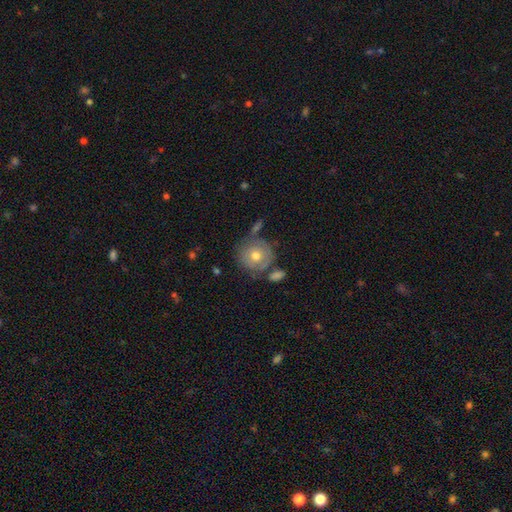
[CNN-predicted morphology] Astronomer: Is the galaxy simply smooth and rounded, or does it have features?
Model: smooth — 58% (runner-up: featured or disk, 33%).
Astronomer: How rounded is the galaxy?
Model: round — 91%.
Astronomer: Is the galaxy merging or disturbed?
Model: none — 65%.